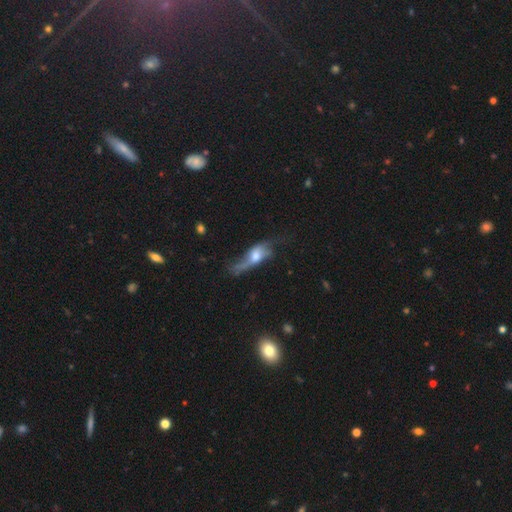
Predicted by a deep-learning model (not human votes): Smooth or featured? Predicted: featured or disk (p=0.55). Edge-on disk? Predicted: no (p=0.68). Merging? Predicted: major disturbance (p=0.36).